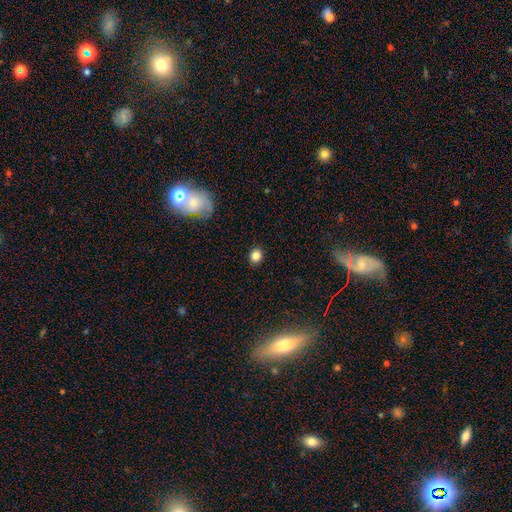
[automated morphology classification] Smooth or featured? smooth (84%)
How rounded? round (74%)
Merging? none (90%)